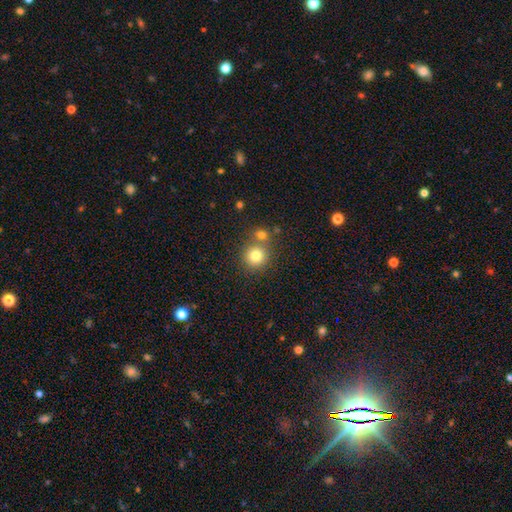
This is clearly a smooth galaxy (95%). How rounded: clearly round (94%). Merging: likely none (69%).